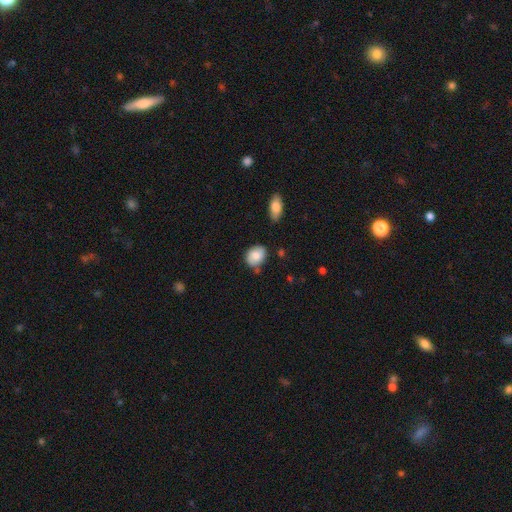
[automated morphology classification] Overall: smooth (78%). How rounded: in between (57%; round 42%). Merging: none (66%).